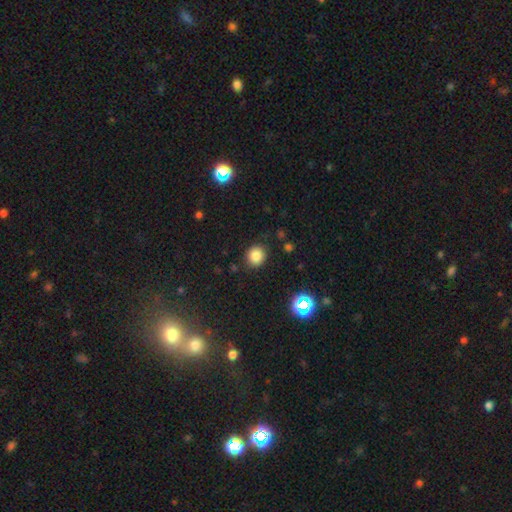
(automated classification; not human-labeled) smooth 82%, star or artifact 13%, featured or disk 5%. Down the decision tree: how rounded — round (81%); merging — none (86%).